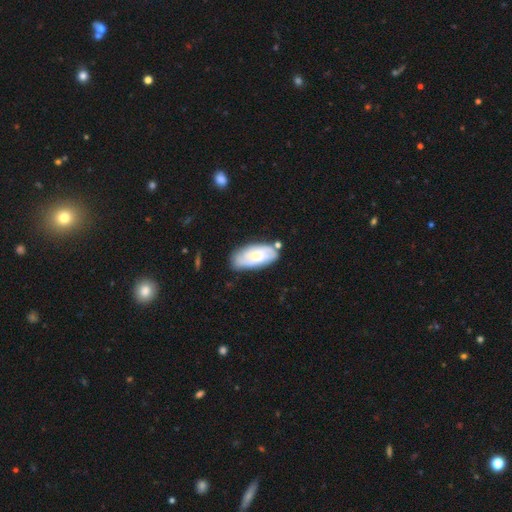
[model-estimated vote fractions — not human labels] A featured or disk galaxy (50%). Merging: none (71%).